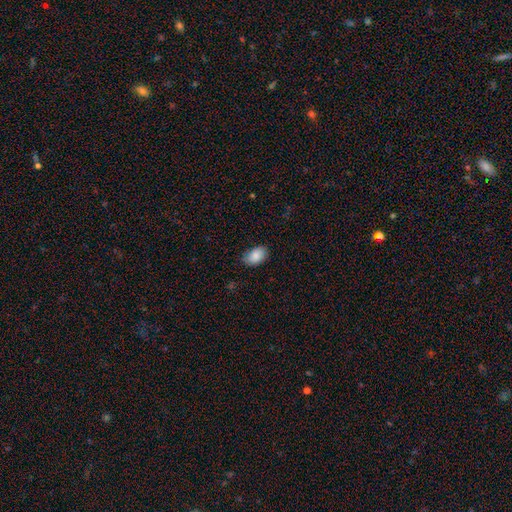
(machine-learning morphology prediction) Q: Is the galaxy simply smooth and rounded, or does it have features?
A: smooth — 84%.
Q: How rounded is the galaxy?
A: in between — 90%.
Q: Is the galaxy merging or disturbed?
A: none — 79%.